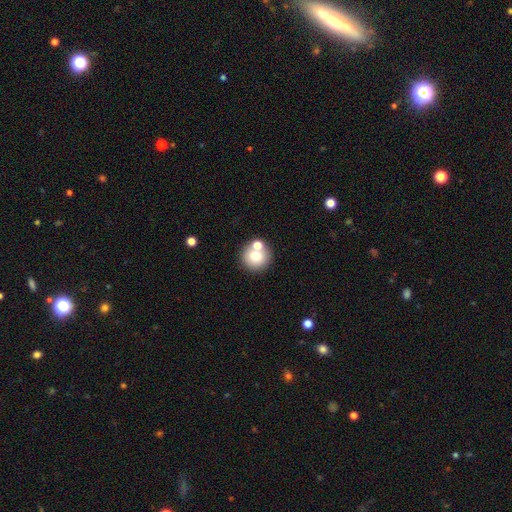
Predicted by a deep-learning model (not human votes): smooth_or_featured: smooth (p=0.73) [alt: featured or disk p=0.16]
how_rounded: round (p=0.92) [alt: in between p=0.07]
merging: none (p=0.63) [alt: merger p=0.26]